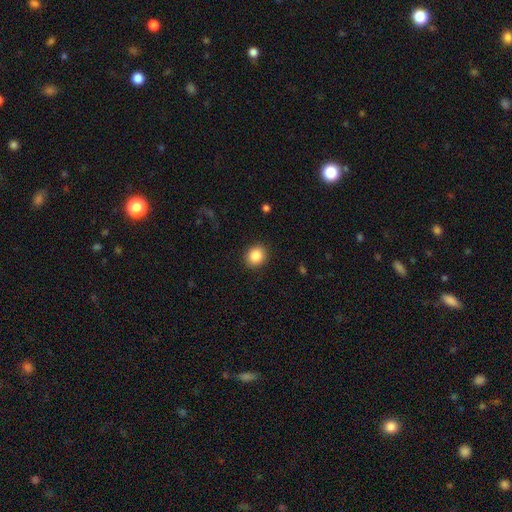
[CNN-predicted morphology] Smooth or featured?
  - smooth: 87% *
  - star or artifact: 9%
  - featured or disk: 4%
How rounded?
  - round: 73% *
  - in between: 26%
  - cigar-shaped: 1%
Merging?
  - none: 90% *
  - minor disturbance: 7%
  - major disturbance: 2%
  - merger: 1%